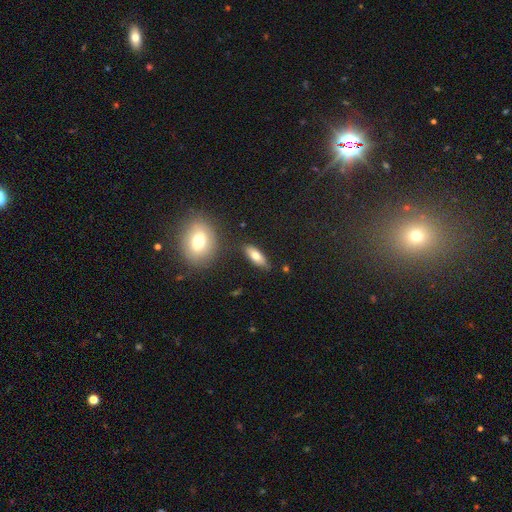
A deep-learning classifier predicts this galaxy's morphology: Q: Smooth or featured?
A: smooth (71%); runner-up: featured or disk (21%)
Q: How rounded?
A: in between (68%); runner-up: cigar-shaped (28%)
Q: Merging?
A: none (81%); runner-up: minor disturbance (12%)